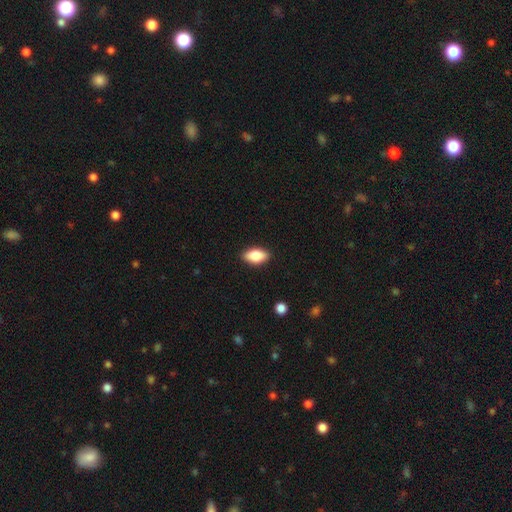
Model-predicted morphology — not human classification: Smooth or featured: smooth — 81% (featured or disk — 12%)
How rounded: in between — 90% (cigar-shaped — 5%)
Merging: none — 88% (minor disturbance — 9%)